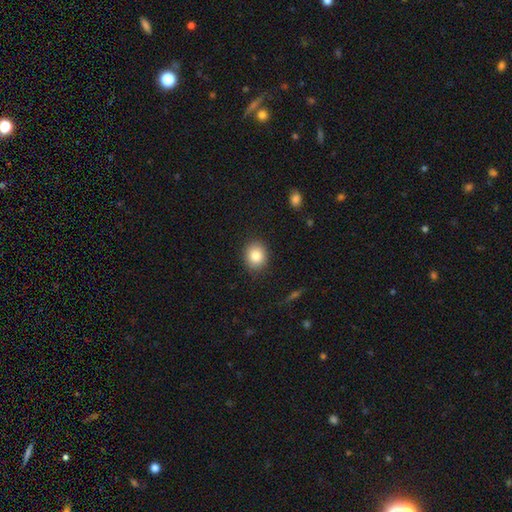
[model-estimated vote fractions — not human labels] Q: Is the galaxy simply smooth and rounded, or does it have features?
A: smooth — 83%.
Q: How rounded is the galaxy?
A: round — 68%.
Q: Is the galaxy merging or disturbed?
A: none — 89%.